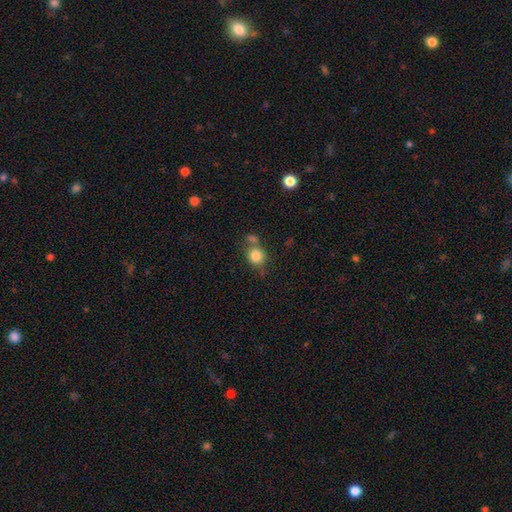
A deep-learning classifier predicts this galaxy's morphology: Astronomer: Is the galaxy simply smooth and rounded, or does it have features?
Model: smooth — 81%.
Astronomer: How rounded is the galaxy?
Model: round — 76%.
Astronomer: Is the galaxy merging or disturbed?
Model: none — 53%.